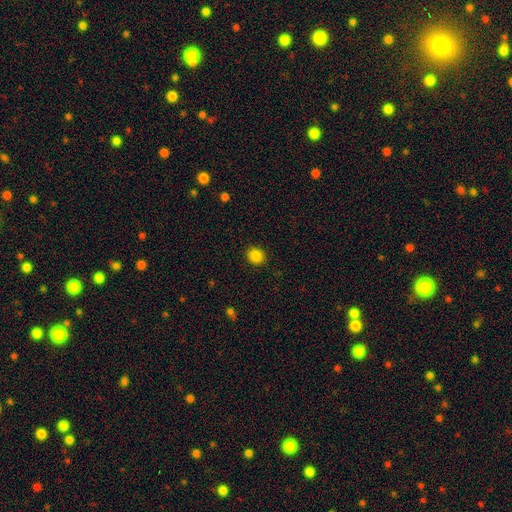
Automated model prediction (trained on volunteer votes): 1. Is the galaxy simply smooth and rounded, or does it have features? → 86% smooth, 11% star or artifact, 3% featured or disk.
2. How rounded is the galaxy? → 76% round, 23% in between, 1% cigar-shaped.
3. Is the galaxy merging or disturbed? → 90% none, 7% minor disturbance, 2% major disturbance, 1% merger.